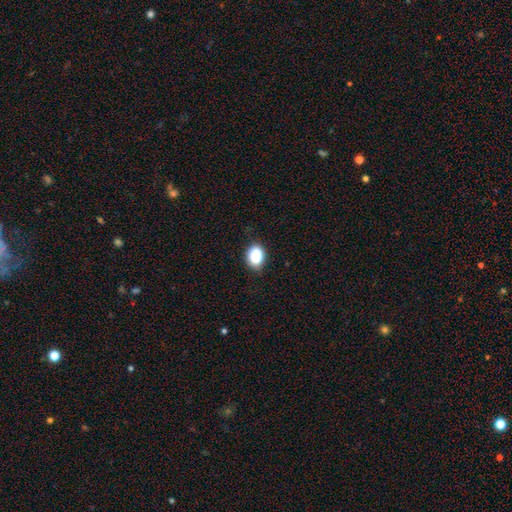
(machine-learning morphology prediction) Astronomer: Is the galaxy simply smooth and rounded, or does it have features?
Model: smooth — 88%.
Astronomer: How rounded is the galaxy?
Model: in between — 71%.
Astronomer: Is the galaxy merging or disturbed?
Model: none — 82%.